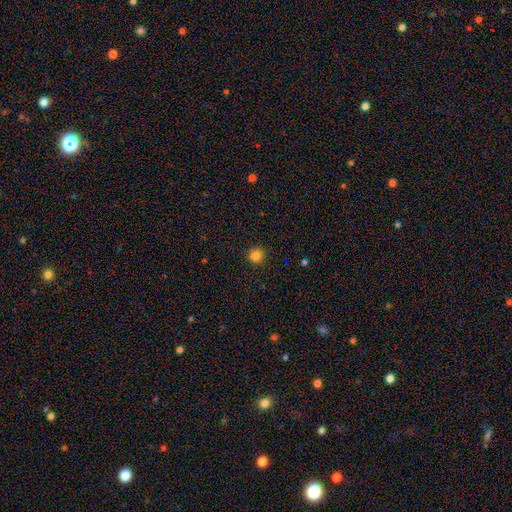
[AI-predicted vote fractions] smooth_or_featured: smooth (p=0.84) [alt: star or artifact p=0.12]
how_rounded: round (p=0.93) [alt: in between p=0.06]
merging: none (p=0.92) [alt: minor disturbance p=0.06]